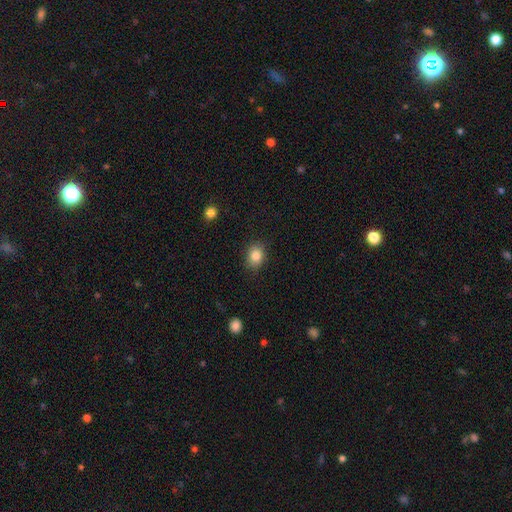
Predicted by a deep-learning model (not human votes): Smooth or featured: smooth — 84% (star or artifact — 10%)
How rounded: in between — 50% (round — 49%)
Merging: none — 85% (minor disturbance — 11%)